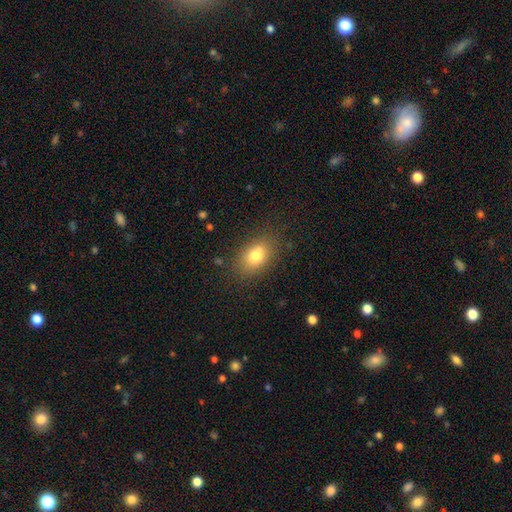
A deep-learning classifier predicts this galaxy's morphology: Overall: smooth (78%). How rounded: in between (81%). Merging: none (79%).